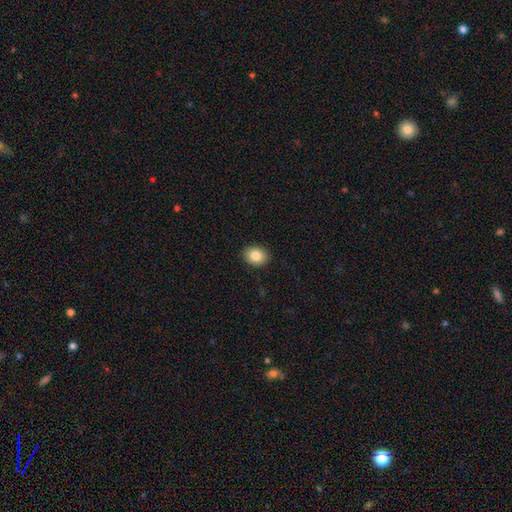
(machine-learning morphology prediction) Smooth or featured? smooth (85%)
How rounded? in between (55%)
Merging? none (90%)